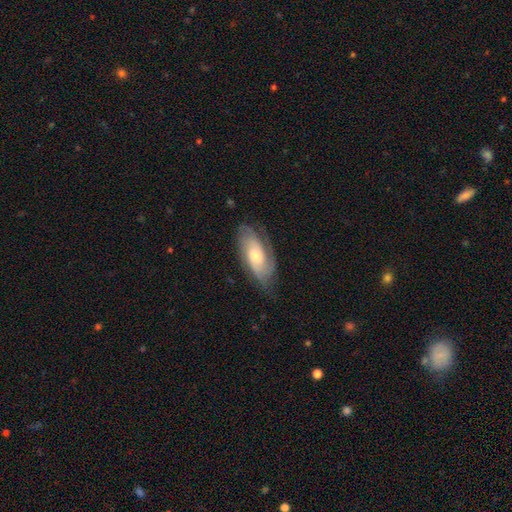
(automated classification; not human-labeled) Q: Smooth or featured?
A: featured or disk (63%); runner-up: smooth (31%)
Q: Edge-on disk?
A: no (90%); runner-up: yes (10%)
Q: Bar?
A: no (70%); runner-up: weak (25%)
Q: Spiral arms?
A: yes (87%); runner-up: no (13%)
Q: Bulge size?
A: moderate (55%); runner-up: small (27%)
Q: Merging?
A: none (69%); runner-up: minor disturbance (22%)